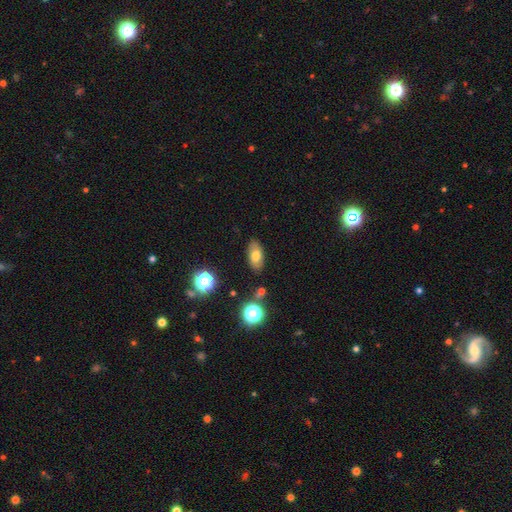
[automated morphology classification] smooth-or-featured: smooth: 72% | featured or disk: 17% | star or artifact: 11%
  how-rounded: in between: 90% | round: 6% | cigar-shaped: 4%
  merging: none: 84% | minor disturbance: 11% | major disturbance: 3% | merger: 2%